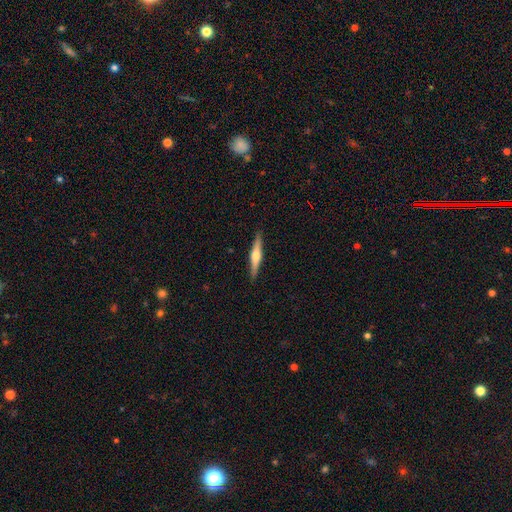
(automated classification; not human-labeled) Smooth or featured? featured or disk (64%)
Edge-on disk? yes (97%)
Edge-on bulge? rounded (92%)
Merging? none (91%)